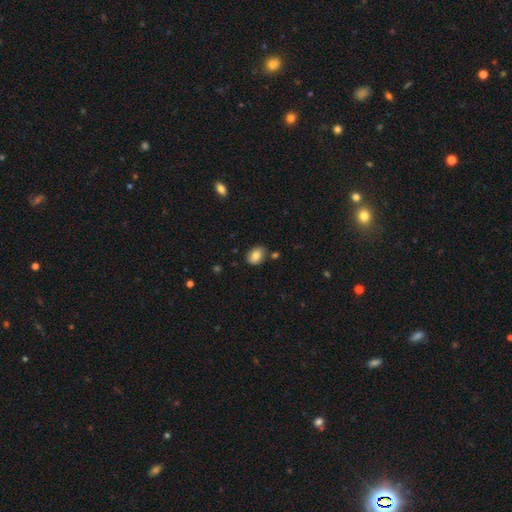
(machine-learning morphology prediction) The model was most divided on "how rounded": in between: 74%, round: 25%, cigar-shaped: 1%. More confident: smooth or featured — smooth (81%); merging — none (80%).